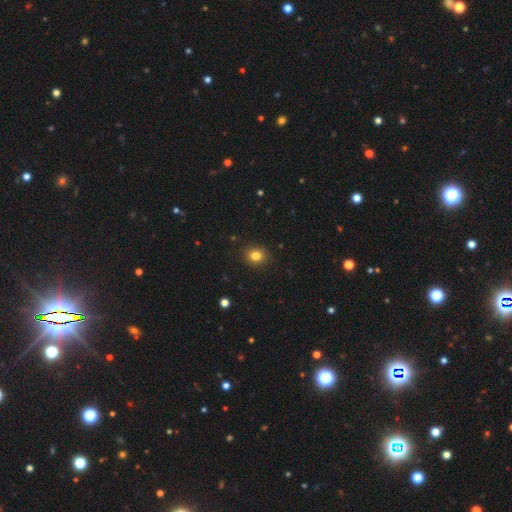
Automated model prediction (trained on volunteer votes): Overall: smooth (83%). How rounded: round (67%; in between 32%). Merging: none (89%).